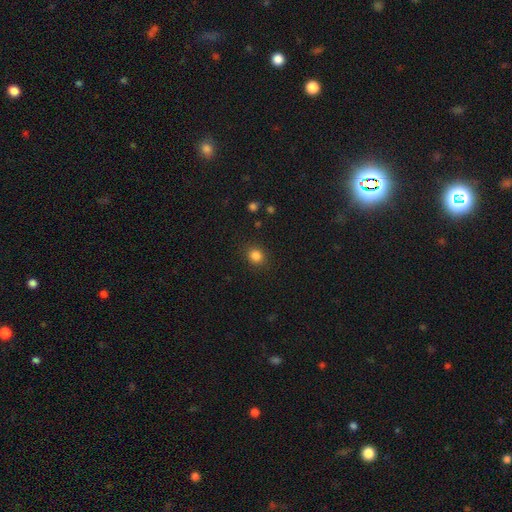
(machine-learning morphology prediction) Overall: smooth (84%). How rounded: round (76%). Merging: none (88%).